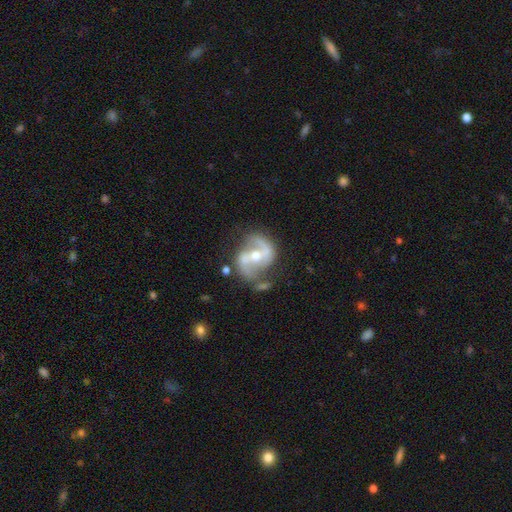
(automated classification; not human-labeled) A featured or disk galaxy (86%) with a strong bar (39%), 2 (91%) medium (47%) spiral arms (91%) and a moderate central bulge (68%). Merging: none (67%).